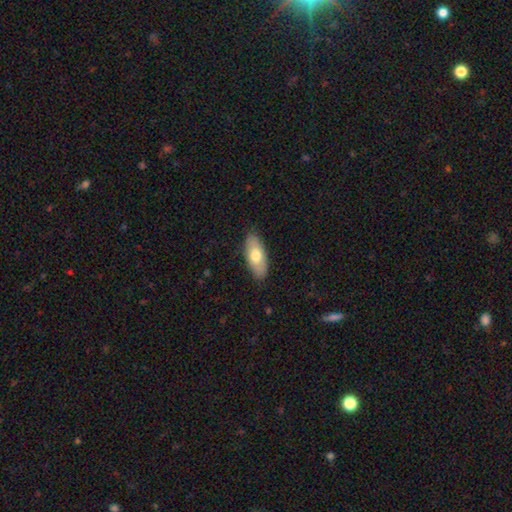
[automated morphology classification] A smooth galaxy with no disk features (69%) that is in between round and cigar-shaped (84%).

Vote fractions:
- Smooth or featured? smooth: 69% / featured or disk: 26% / star or artifact: 5%
- How rounded? in between: 84% / cigar-shaped: 13% / round: 2%
- Merging? none: 86% / minor disturbance: 11% / major disturbance: 2% / merger: 1%